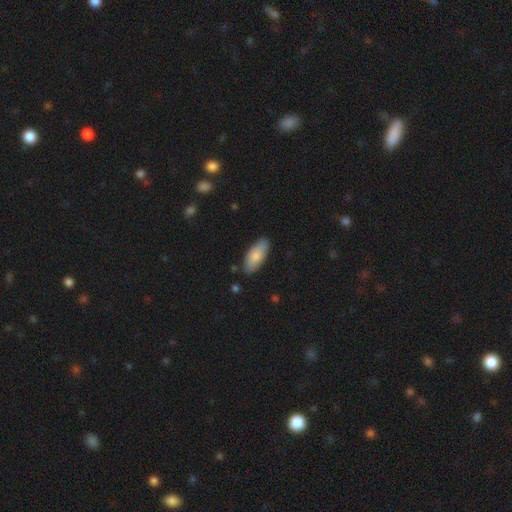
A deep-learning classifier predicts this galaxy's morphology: smooth_or_featured: smooth (p=0.82) [alt: featured or disk p=0.13]
how_rounded: in between (p=0.85) [alt: cigar-shaped p=0.13]
merging: none (p=0.83) [alt: minor disturbance p=0.13]